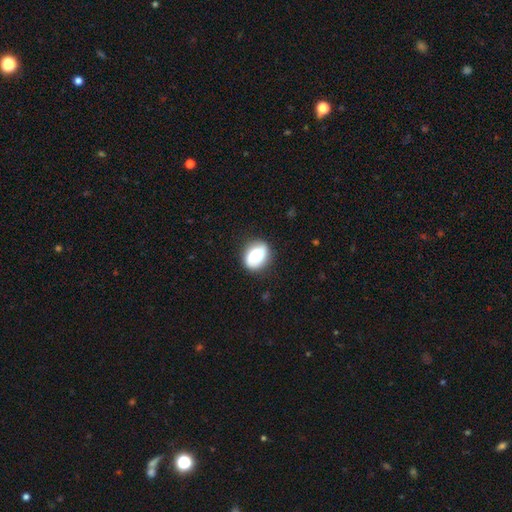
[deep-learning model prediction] This is likely a smooth galaxy (68%). How rounded: likely in between (64%). Merging: likely none (80%).